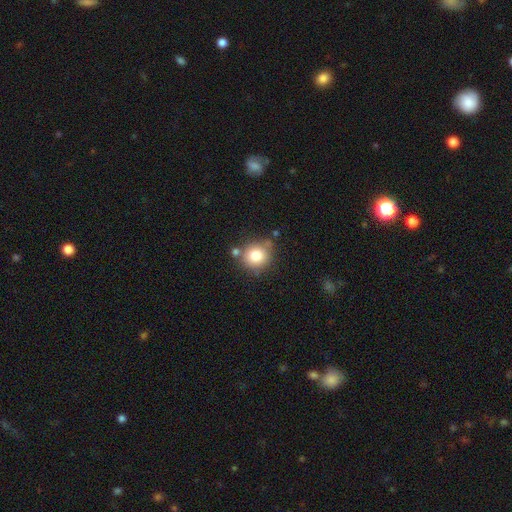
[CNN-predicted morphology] type=smooth (81%); roundness=round (86%); merging=none (71%).